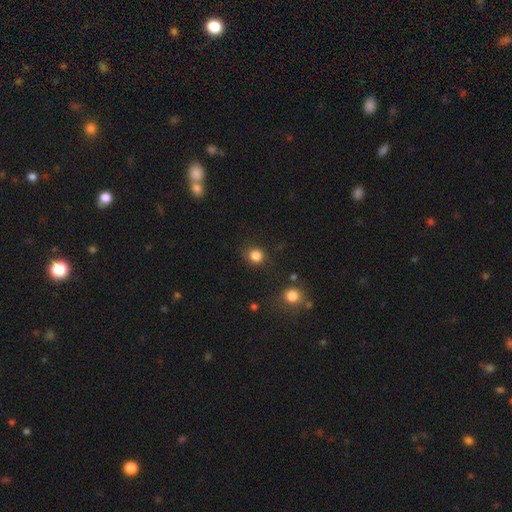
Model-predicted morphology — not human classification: This is clearly a smooth galaxy (84%). How rounded: clearly round (89%). Merging: clearly none (83%).